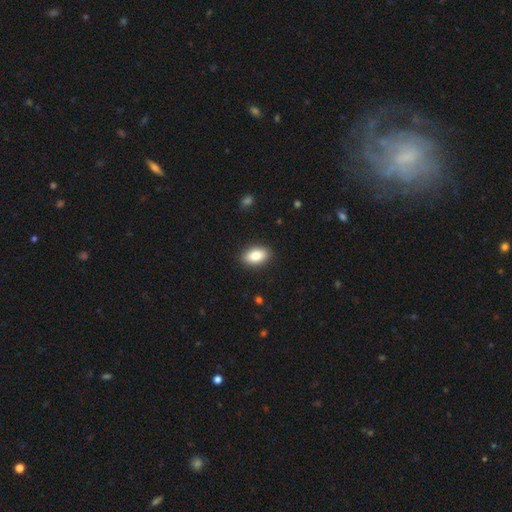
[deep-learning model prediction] smooth-or-featured: smooth: 85% | featured or disk: 8% | star or artifact: 7%
  how-rounded: in between: 92% | round: 7% | cigar-shaped: 2%
  merging: none: 90% | minor disturbance: 7% | major disturbance: 2% | merger: 1%